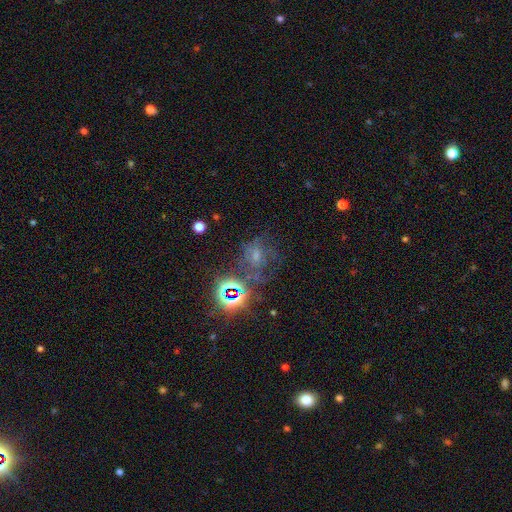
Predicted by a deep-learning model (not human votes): star or artifact 44%, featured or disk 29%, smooth 28%.